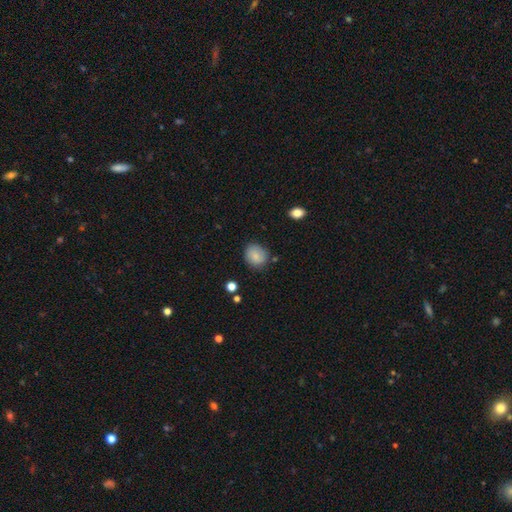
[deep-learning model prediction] Smooth or featured: smooth — 84% (star or artifact — 8%)
How rounded: round — 72% (in between — 27%)
Merging: none — 80% (minor disturbance — 15%)